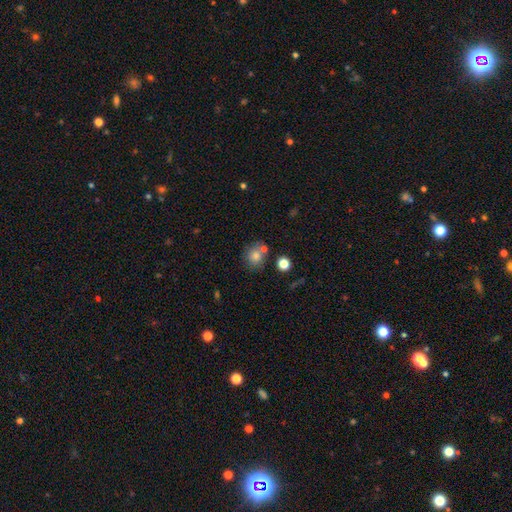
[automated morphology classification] A smooth galaxy with no disk features (78%) that is round (81%).

Vote fractions:
- Smooth or featured? smooth: 78% / star or artifact: 12% / featured or disk: 10%
- How rounded? round: 81% / in between: 18% / cigar-shaped: 1%
- Merging? none: 64% / merger: 21% / minor disturbance: 11% / major disturbance: 4%